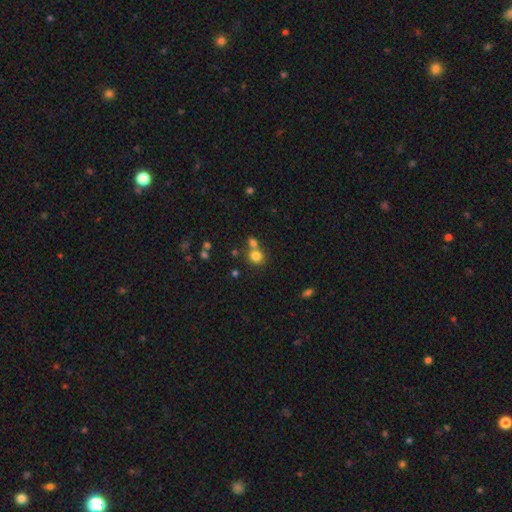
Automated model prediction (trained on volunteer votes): Morphology: type=smooth (79%); roundness=round (80%); merging=none (54%).